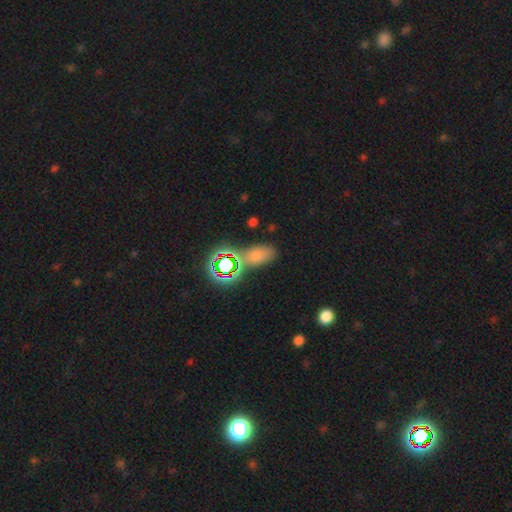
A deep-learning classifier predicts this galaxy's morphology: Smooth or featured? smooth (58%)
How rounded? in between (84%)
Merging? none (58%)